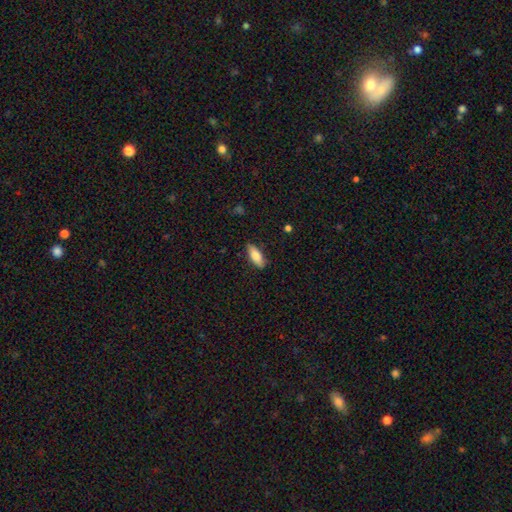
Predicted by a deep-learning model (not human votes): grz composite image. It shows a smooth galaxy with no disk features (80%) that is in between round and cigar-shaped (73%). Merging: none (85%).